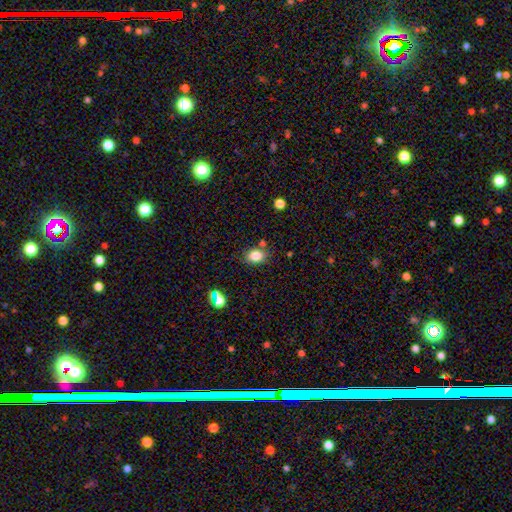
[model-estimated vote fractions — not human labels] Smooth or featured?
  - smooth: 82% *
  - star or artifact: 11%
  - featured or disk: 7%
How rounded?
  - in between: 63% *
  - round: 36%
  - cigar-shaped: 1%
Merging?
  - none: 74% *
  - minor disturbance: 14%
  - merger: 8%
  - major disturbance: 4%